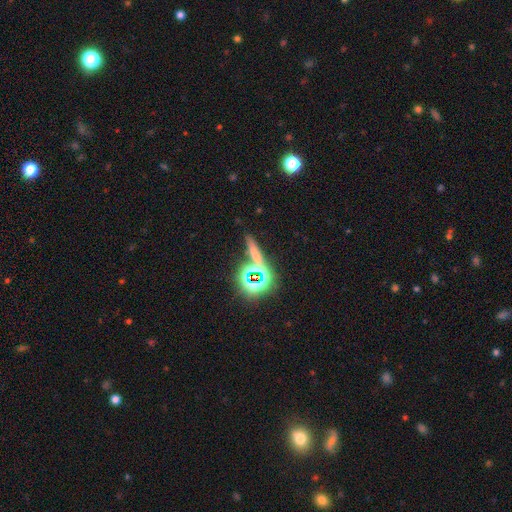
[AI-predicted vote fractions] Overall: smooth (42%; star or artifact 41%). Merging: none (68%).